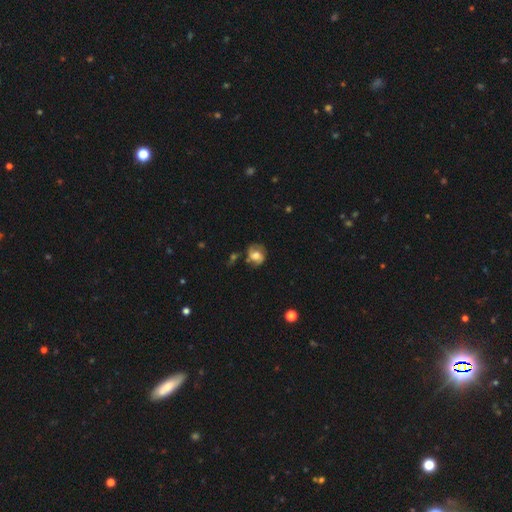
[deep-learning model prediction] Smooth or featured? featured or disk (49%)
Merging? none (60%)